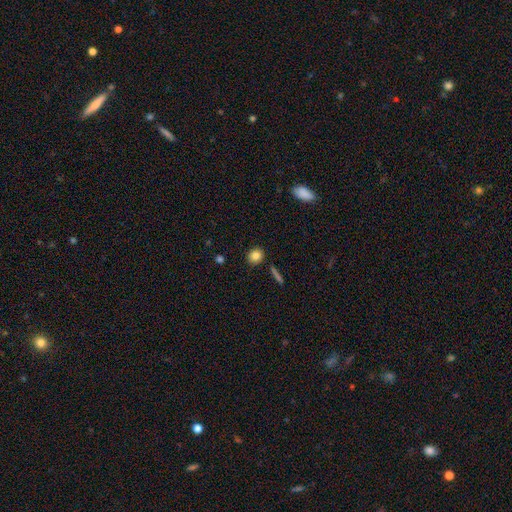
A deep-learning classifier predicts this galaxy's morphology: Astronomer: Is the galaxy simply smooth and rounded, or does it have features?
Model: smooth — 83%.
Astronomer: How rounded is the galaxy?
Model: round — 81%.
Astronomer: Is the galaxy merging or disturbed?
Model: none — 88%.